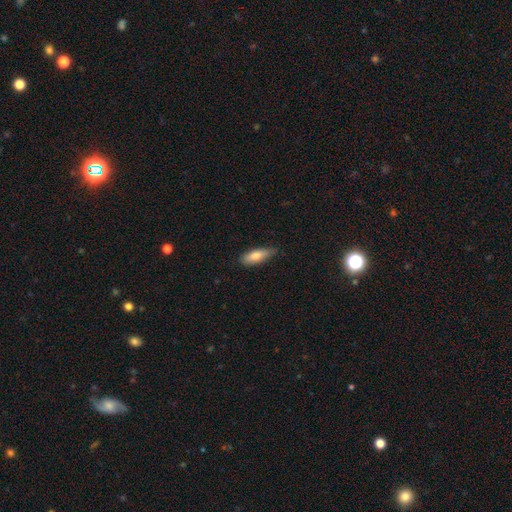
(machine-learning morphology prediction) smooth 76%, featured or disk 18%, star or artifact 6%. Down the decision tree: how rounded — in between (55%); merging — none (73%).